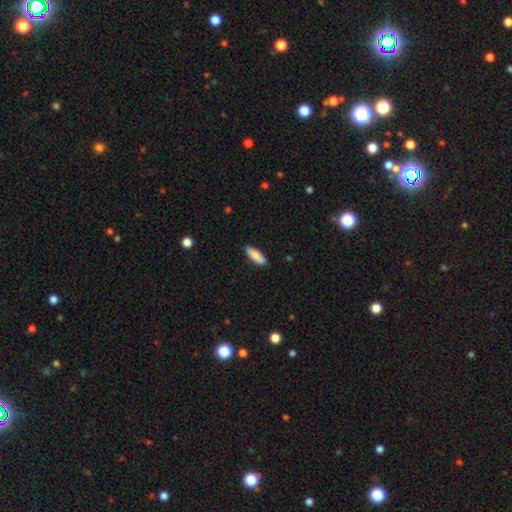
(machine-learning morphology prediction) A smooth galaxy with no disk features (86%) that is in between round and cigar-shaped (60%). Merging: none (87%).